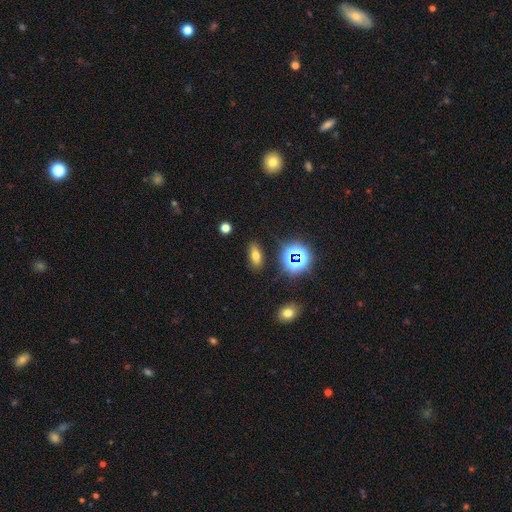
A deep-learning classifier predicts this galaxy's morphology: smooth_or_featured: smooth (p=0.62) [alt: star or artifact p=0.25]
how_rounded: in between (p=0.79) [alt: cigar-shaped p=0.13]
merging: none (p=0.86) [alt: minor disturbance p=0.09]